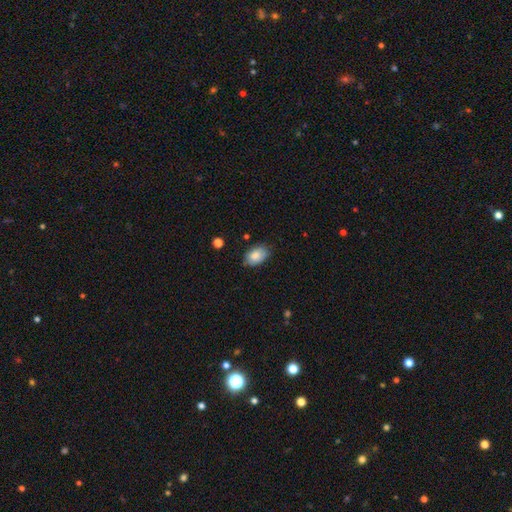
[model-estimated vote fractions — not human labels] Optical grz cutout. It shows a smooth galaxy with no disk features (82%) that is in between round and cigar-shaped (89%). Merging: none (74%).